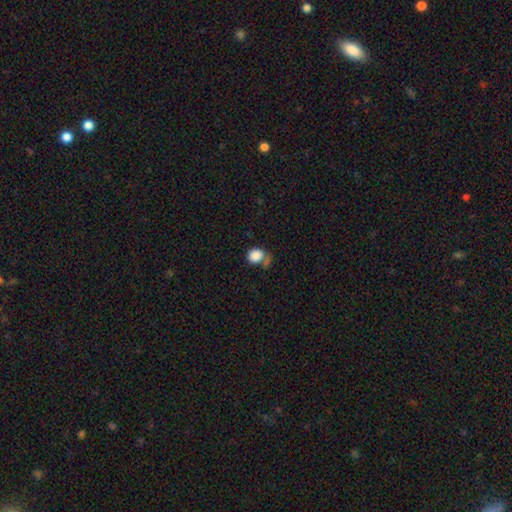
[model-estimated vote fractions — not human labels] A smooth galaxy with no disk features (86%) that is round (60%).

Vote fractions:
- Smooth or featured? smooth: 86% / star or artifact: 9% / featured or disk: 5%
- How rounded? round: 60% / in between: 39% / cigar-shaped: 1%
- Merging? none: 49% / merger: 21% / minor disturbance: 19% / major disturbance: 11%